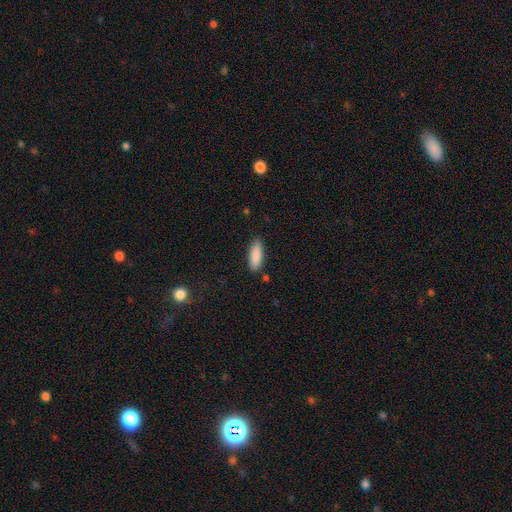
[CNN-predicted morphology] smooth_or_featured: smooth (p=0.88) [alt: star or artifact p=0.06]
how_rounded: in between (p=0.60) [alt: cigar-shaped p=0.38]
merging: none (p=0.84) [alt: minor disturbance p=0.12]